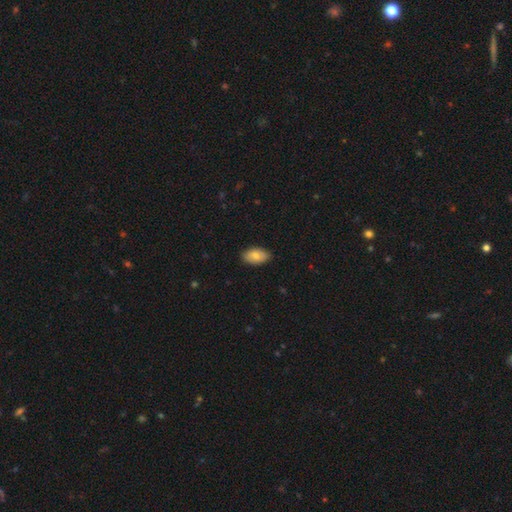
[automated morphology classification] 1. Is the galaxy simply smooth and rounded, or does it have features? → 77% smooth, 17% featured or disk, 6% star or artifact.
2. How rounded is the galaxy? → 94% in between, 4% round, 2% cigar-shaped.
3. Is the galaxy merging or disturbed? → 85% none, 12% minor disturbance, 2% major disturbance, 1% merger.